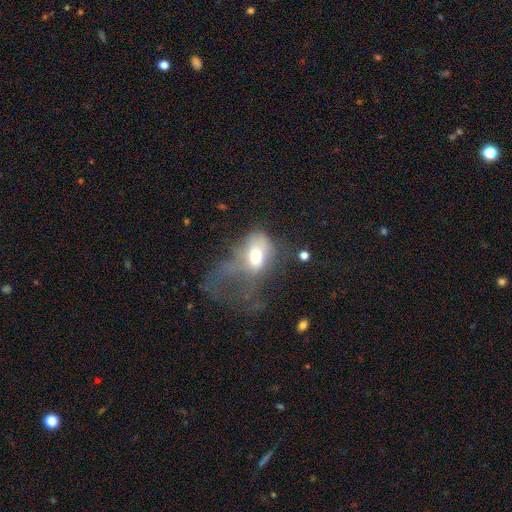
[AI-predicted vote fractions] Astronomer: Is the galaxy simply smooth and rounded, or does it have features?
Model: smooth — 60%.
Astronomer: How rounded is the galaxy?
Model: in between — 79%.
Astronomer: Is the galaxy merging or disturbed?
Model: major disturbance — 68%.